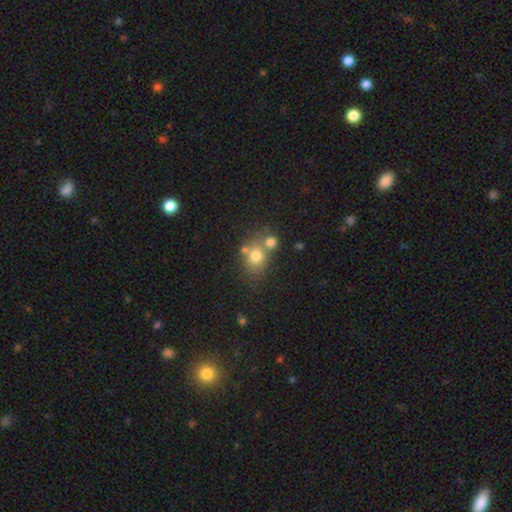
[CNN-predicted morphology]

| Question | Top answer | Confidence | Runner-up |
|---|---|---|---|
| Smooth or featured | smooth | 73% | star or artifact (14%) |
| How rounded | round | 62% | in between (36%) |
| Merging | none | 49% | merger (35%) |